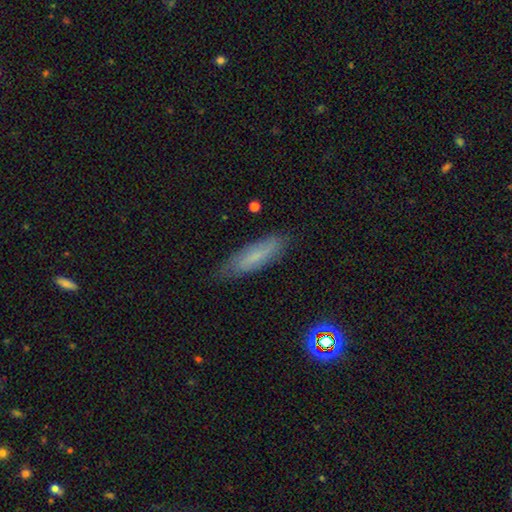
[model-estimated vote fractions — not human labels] Q: Smooth or featured?
A: smooth (61%); runner-up: featured or disk (29%)
Q: How rounded?
A: cigar-shaped (62%); runner-up: in between (36%)
Q: Merging?
A: none (76%); runner-up: minor disturbance (18%)